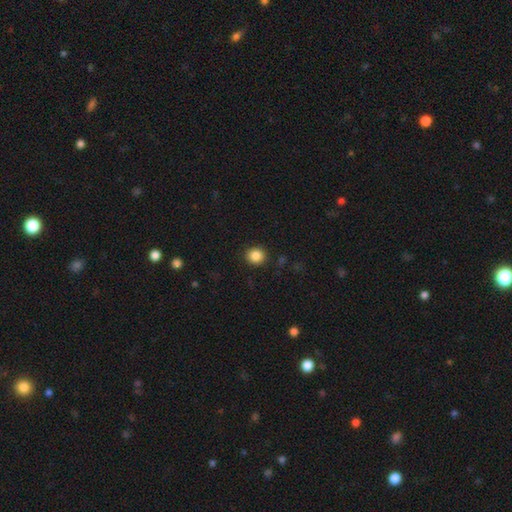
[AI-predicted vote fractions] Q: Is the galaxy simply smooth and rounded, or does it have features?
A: smooth — 86%.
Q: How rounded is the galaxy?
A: round — 87%.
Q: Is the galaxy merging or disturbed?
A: none — 90%.